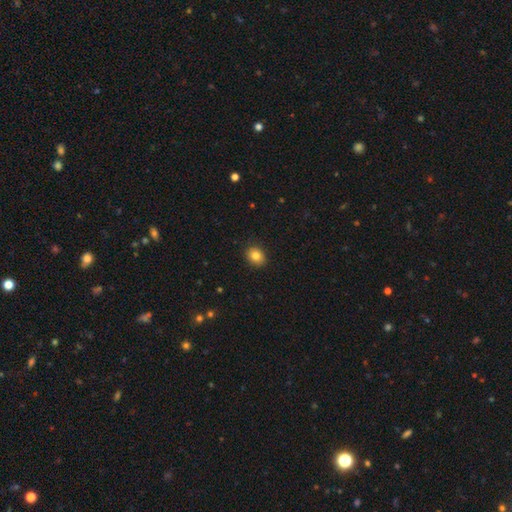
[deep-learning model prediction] Smooth or featured? Predicted: smooth (p=0.83). How rounded? Predicted: round (p=0.57). Merging? Predicted: none (p=0.90).